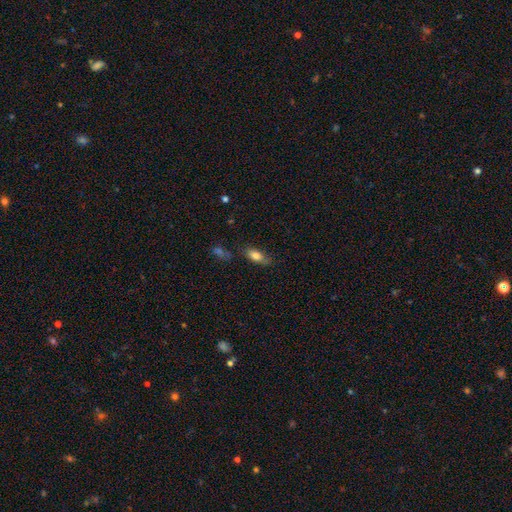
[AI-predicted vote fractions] Morphology: type=smooth (78%); roundness=in between (80%); merging=none (66%).